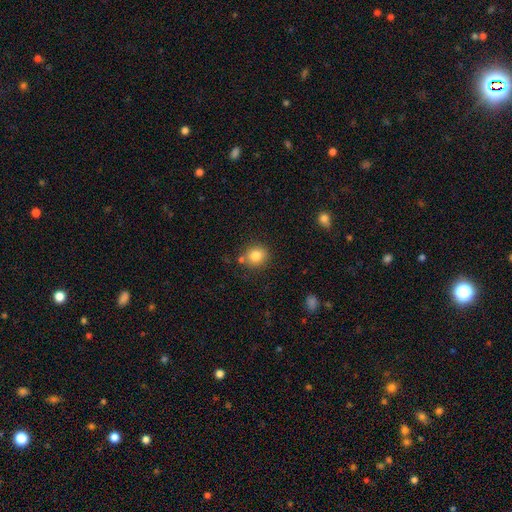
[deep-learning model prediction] Overall: smooth (82%). How rounded: round (82%). Merging: none (78%).